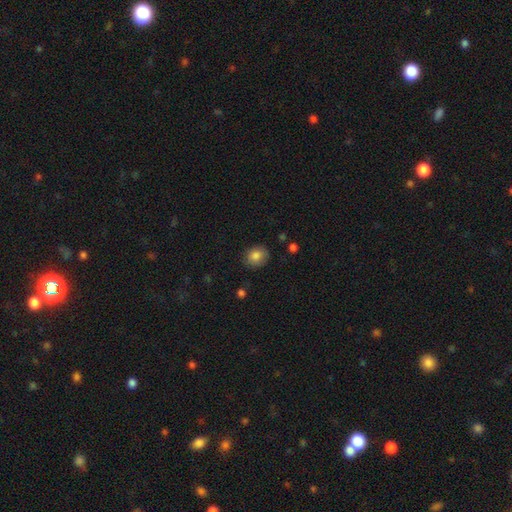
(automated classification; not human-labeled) smooth_or_featured: smooth (p=0.84) [alt: star or artifact p=0.09]
how_rounded: round (p=0.64) [alt: in between p=0.36]
merging: none (p=0.84) [alt: minor disturbance p=0.13]